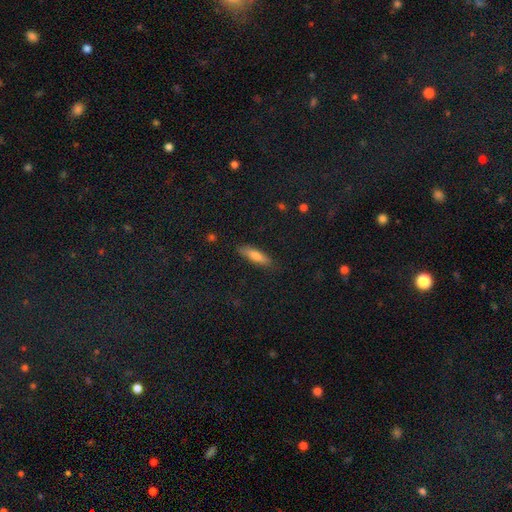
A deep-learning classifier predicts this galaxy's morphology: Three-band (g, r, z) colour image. It shows a smooth galaxy with no disk features (75%) that is cigar-shaped (65%). Merging: none (85%).